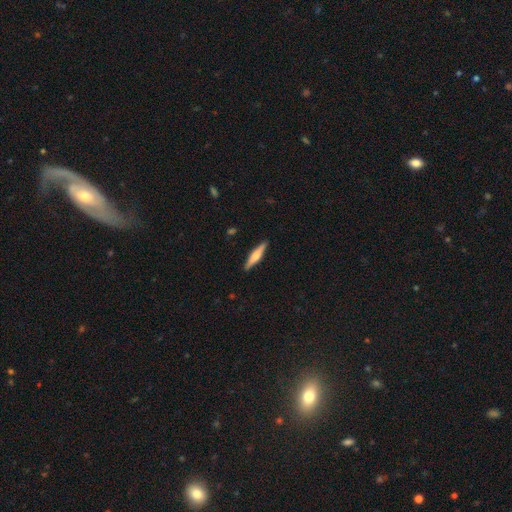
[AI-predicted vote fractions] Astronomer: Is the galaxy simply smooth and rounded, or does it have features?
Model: featured or disk — 53% (runner-up: smooth, 42%).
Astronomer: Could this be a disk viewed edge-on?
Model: yes — 97%.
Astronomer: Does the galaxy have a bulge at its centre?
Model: rounded — 81%.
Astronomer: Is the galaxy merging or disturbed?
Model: none — 91%.